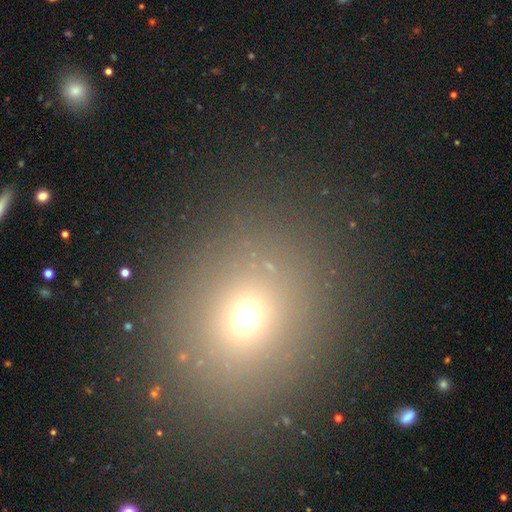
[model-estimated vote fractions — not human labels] Overall: smooth (66%). How rounded: round (73%). Merging: none (87%).